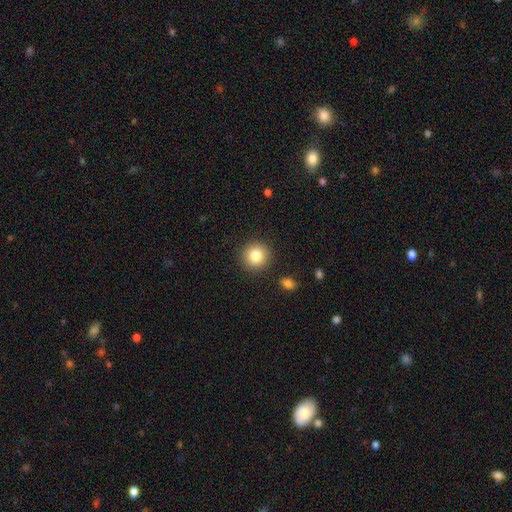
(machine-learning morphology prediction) A smooth galaxy with no disk features (83%) that is round (93%). Merging: none (90%).